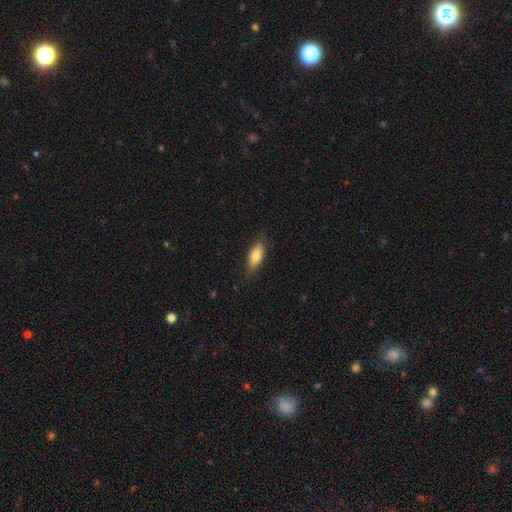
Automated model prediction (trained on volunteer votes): Overall: smooth (77%). How rounded: in between (69%). Merging: none (81%).